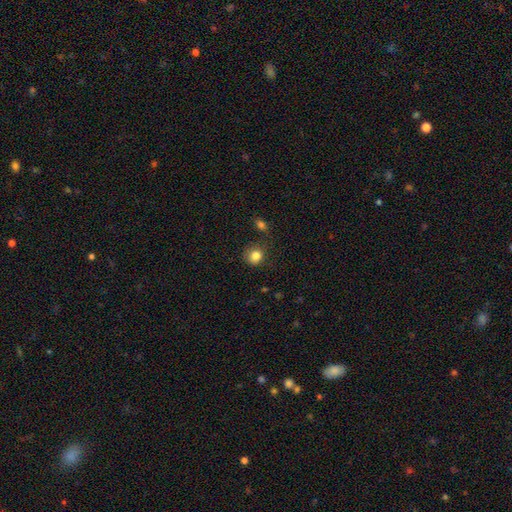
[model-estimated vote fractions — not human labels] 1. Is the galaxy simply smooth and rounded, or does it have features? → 83% smooth, 11% star or artifact, 7% featured or disk.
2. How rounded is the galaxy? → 80% round, 19% in between, 1% cigar-shaped.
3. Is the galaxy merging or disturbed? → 69% none, 20% minor disturbance, 6% major disturbance, 4% merger.